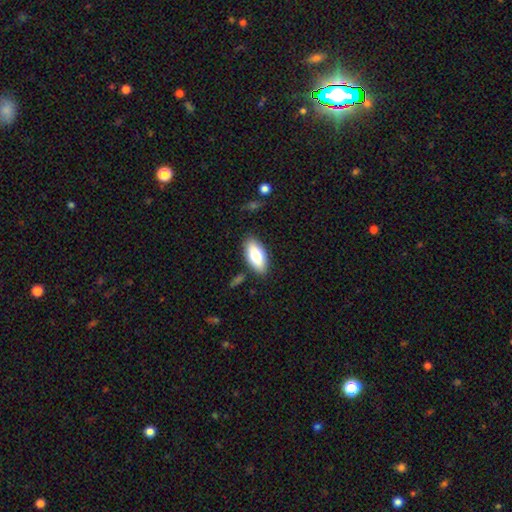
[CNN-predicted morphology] Smooth or featured? smooth (75%)
How rounded? in between (87%)
Merging? none (84%)